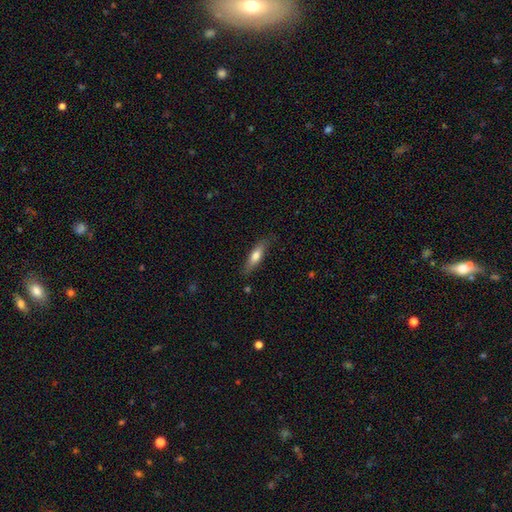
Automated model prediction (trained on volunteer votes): Smooth or featured: smooth — 67% (featured or disk — 27%)
How rounded: cigar-shaped — 63% (in between — 36%)
Merging: none — 80% (minor disturbance — 16%)